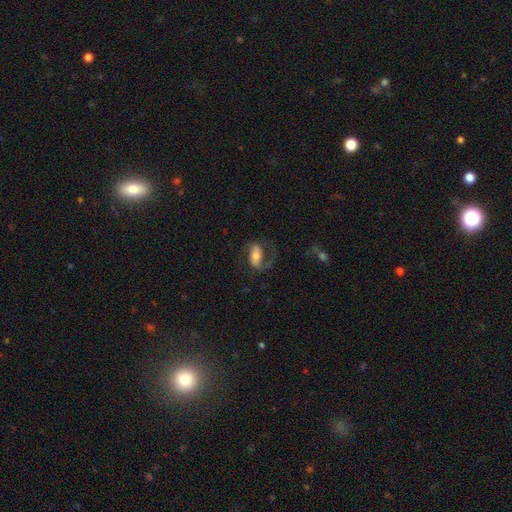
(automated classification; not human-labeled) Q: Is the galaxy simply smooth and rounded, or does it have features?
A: featured or disk — 66%.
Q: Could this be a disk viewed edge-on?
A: no — 95%.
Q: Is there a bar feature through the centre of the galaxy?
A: strong — 41%.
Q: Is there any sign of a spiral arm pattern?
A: yes — 88%.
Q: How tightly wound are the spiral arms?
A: medium — 47%.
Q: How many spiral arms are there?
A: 2 — 71%.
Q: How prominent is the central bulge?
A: moderate — 54%.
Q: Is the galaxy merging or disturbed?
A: none — 56%.